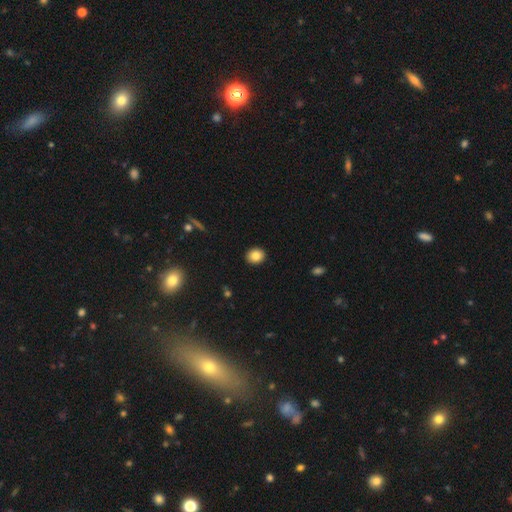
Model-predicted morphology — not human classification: smooth 84%, star or artifact 9%, featured or disk 7%. Down the decision tree: how rounded — round (63%); merging — none (91%).